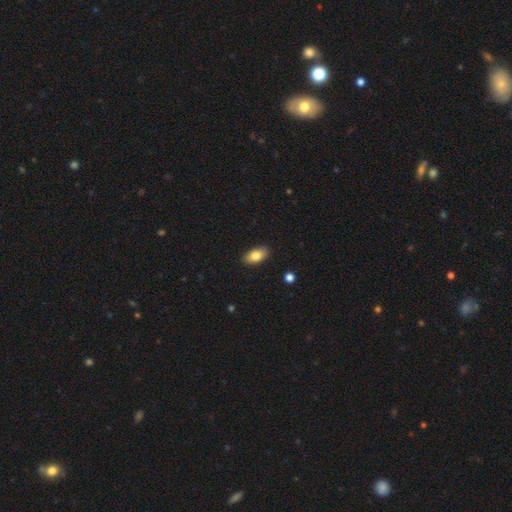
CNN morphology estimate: A smooth galaxy with no disk features (82%) that is in between round and cigar-shaped (91%).

Vote fractions:
- Smooth or featured? smooth: 82% / featured or disk: 11% / star or artifact: 7%
- How rounded? in between: 91% / cigar-shaped: 5% / round: 4%
- Merging? none: 88% / minor disturbance: 9% / major disturbance: 2% / merger: 1%